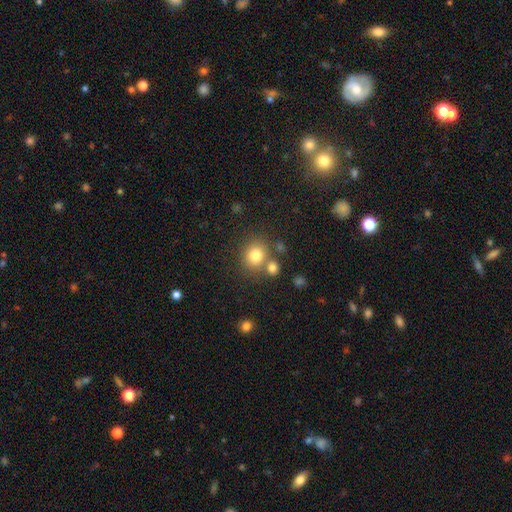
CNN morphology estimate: Smooth or featured? smooth (79%)
How rounded? round (77%)
Merging? none (68%)